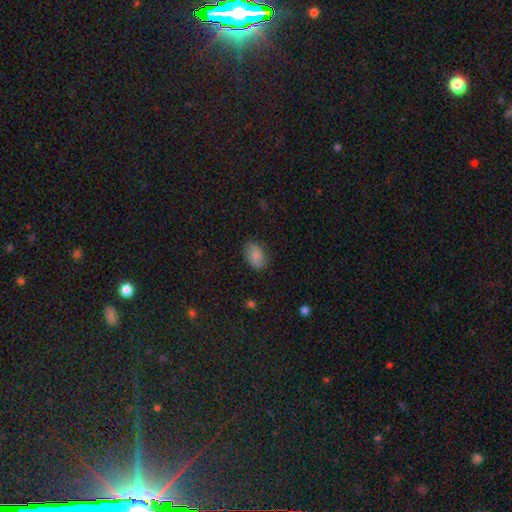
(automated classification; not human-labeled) The model was most divided on "merging": none: 78%, minor disturbance: 17%, major disturbance: 4%, merger: 1%. More confident: how rounded — in between (83%); smooth or featured — smooth (81%).